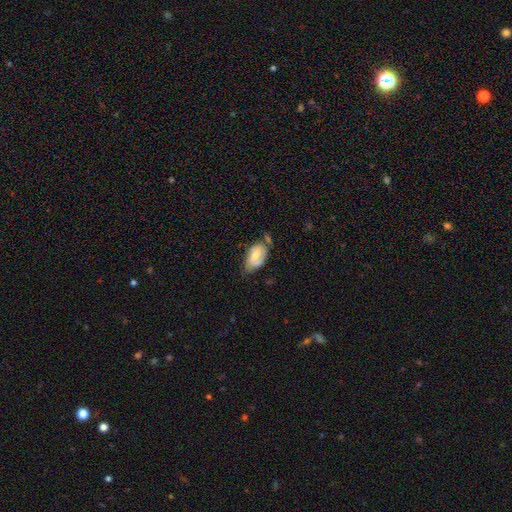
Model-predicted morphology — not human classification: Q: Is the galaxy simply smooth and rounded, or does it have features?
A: smooth — 49%.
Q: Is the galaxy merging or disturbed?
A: none — 45%.